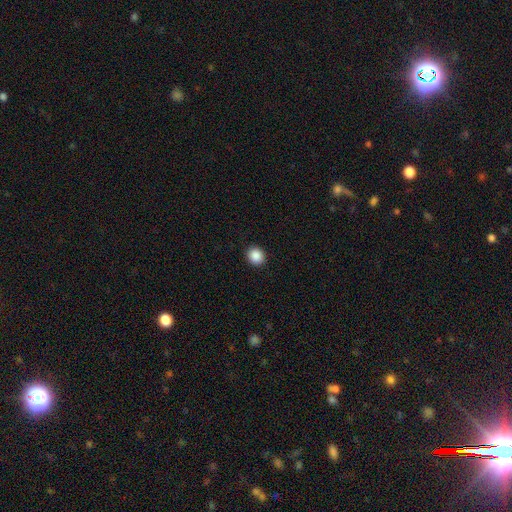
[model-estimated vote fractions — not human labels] Smooth or featured? Predicted: smooth (p=0.89). How rounded? Predicted: round (p=0.78). Merging? Predicted: none (p=0.92).